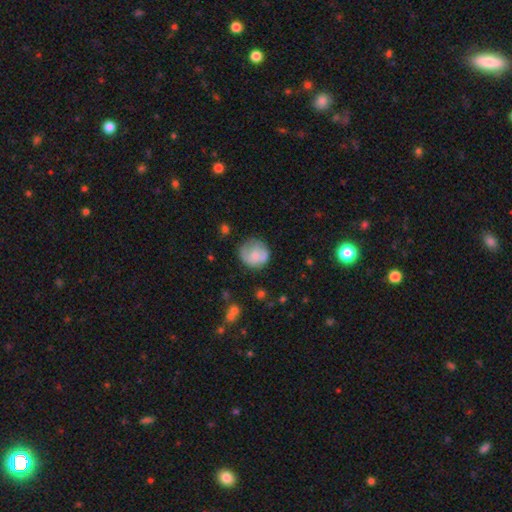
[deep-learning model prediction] Q: Smooth or featured?
A: smooth (58%); runner-up: featured or disk (35%)
Q: How rounded?
A: round (86%); runner-up: in between (13%)
Q: Merging?
A: none (60%); runner-up: minor disturbance (25%)